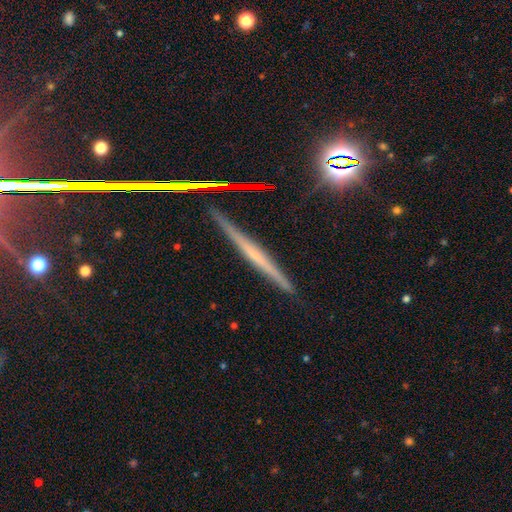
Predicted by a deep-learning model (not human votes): smooth_or_featured: featured or disk (p=0.54) [alt: smooth p=0.27]
disk_edge_on: yes (p=0.97) [alt: no p=0.03]
edge_on_bulge: none (p=0.64) [alt: rounded p=0.26]
merging: none (p=0.88) [alt: minor disturbance p=0.08]